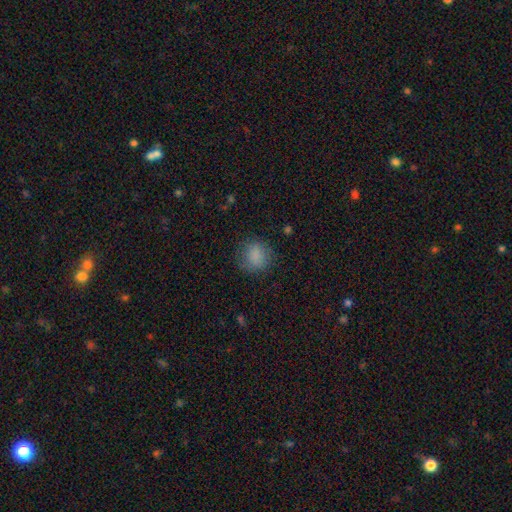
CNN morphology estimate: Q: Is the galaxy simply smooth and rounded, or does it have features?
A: smooth — 85%.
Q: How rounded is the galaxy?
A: round — 83%.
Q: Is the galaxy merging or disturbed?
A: none — 80%.